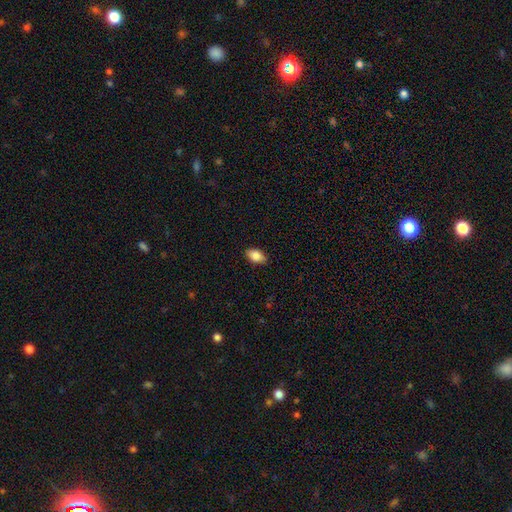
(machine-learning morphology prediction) smooth 86%, star or artifact 7%, featured or disk 6%. Down the decision tree: how rounded — in between (91%); merging — none (88%).